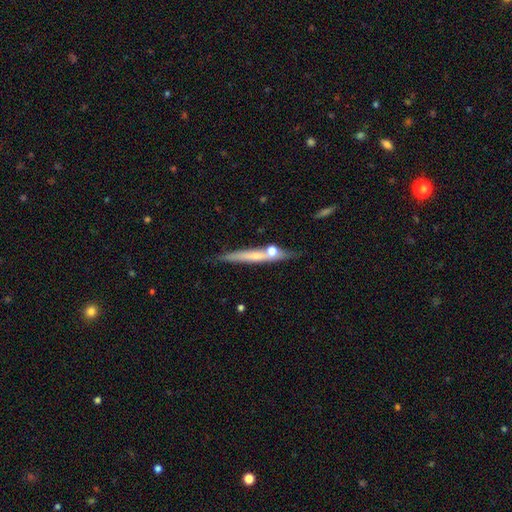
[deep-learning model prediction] This appears to be a featured or disk galaxy (48%). Merging: none (71%).